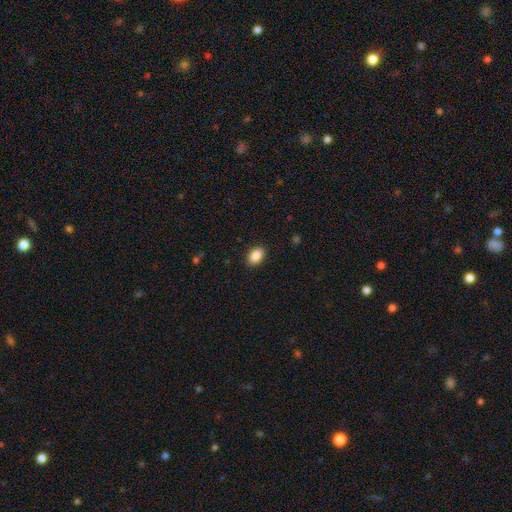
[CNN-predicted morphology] The model was most divided on "how rounded": in between: 89%, round: 10%, cigar-shaped: 1%. More confident: merging — none (90%); smooth or featured — smooth (89%).